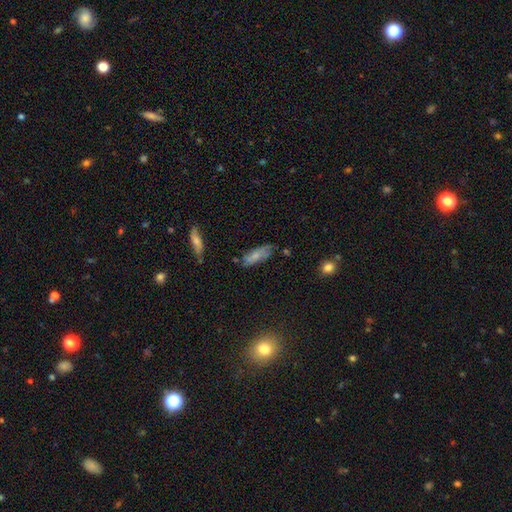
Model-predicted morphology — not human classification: smooth-or-featured: smooth: 59% | featured or disk: 31% | star or artifact: 9%
  how-rounded: in between: 60% | cigar-shaped: 37% | round: 3%
  merging: none: 64% | minor disturbance: 25% | major disturbance: 7% | merger: 4%